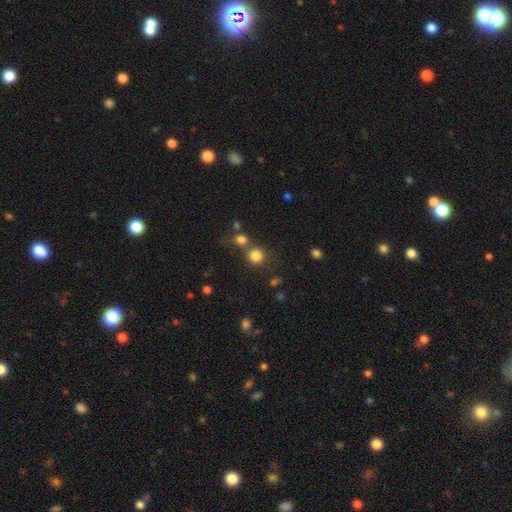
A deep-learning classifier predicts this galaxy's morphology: Smooth or featured: smooth — 80% (star or artifact — 14%)
How rounded: round — 90% (in between — 9%)
Merging: none — 62% (merger — 26%)